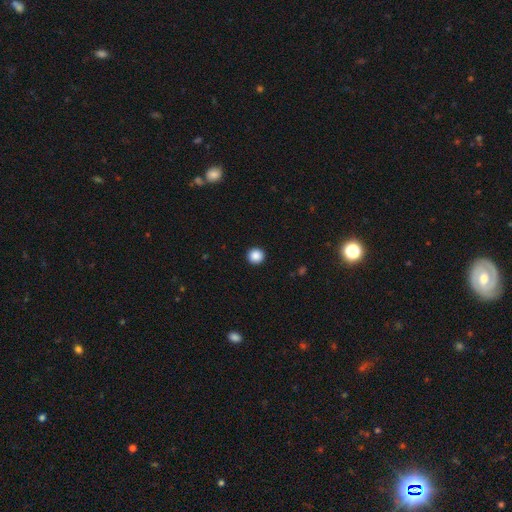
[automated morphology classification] Smooth or featured? smooth (87%)
How rounded? round (95%)
Merging? none (94%)